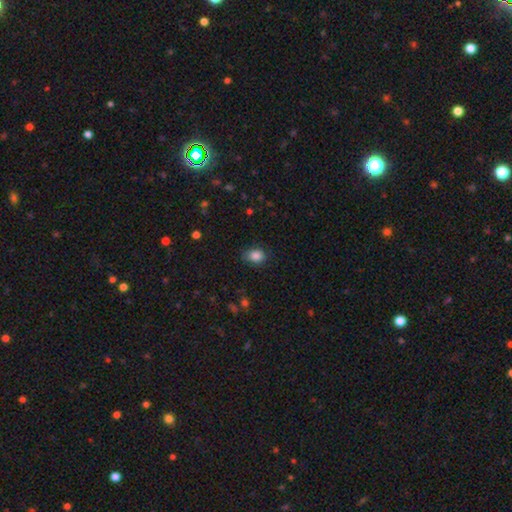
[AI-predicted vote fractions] The model was most divided on "how rounded": in between: 62%, round: 36%, cigar-shaped: 1%. More confident: smooth or featured — smooth (85%); merging — none (75%).